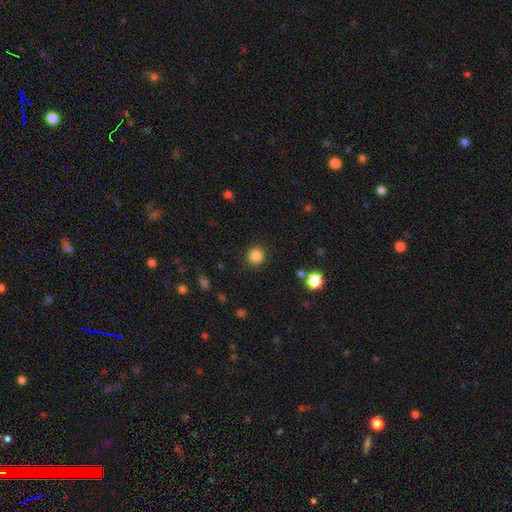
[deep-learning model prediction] A smooth galaxy with no disk features (85%) that is round (92%). Merging: none (90%).